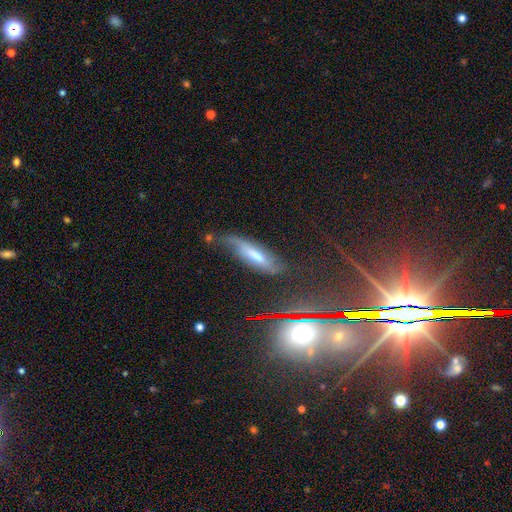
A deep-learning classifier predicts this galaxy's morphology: Q: Smooth or featured?
A: featured or disk (46%); runner-up: smooth (40%)
Q: Merging?
A: none (50%); runner-up: minor disturbance (32%)